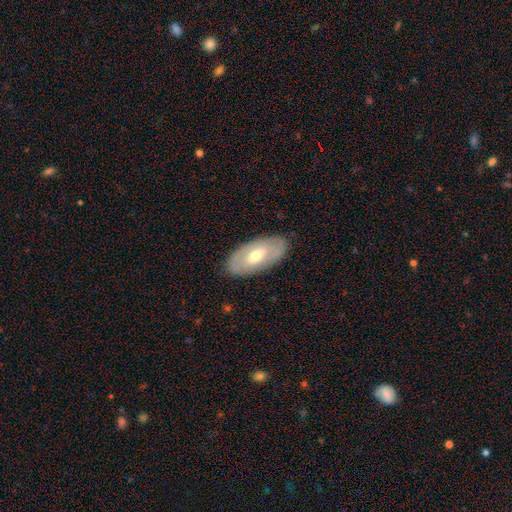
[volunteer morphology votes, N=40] Smooth or featured?
  - featured or disk: 57% *
  - smooth: 42%
  - star or artifact: 0%
Edge-on disk?
  - no: 87% *
  - yes: 13%
Bar?
  - weak: 60% *
  - no: 40%
  - strong: 0%
Spiral arms?
  - no: 55% *
  - yes: 45%
Bulge size?
  - moderate: 65% *
  - small: 30%
  - dominant: 5%
  - large: 0%
  - none: 0%
Merging?
  - none: 88% *
  - minor disturbance: 8%
  - major disturbance: 5%
  - merger: 0%